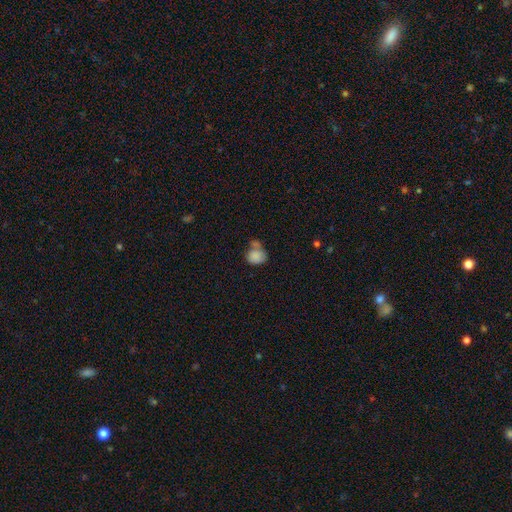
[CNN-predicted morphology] Smooth or featured?
  - smooth: 82% *
  - featured or disk: 9%
  - star or artifact: 9%
How rounded?
  - round: 58% *
  - in between: 41%
  - cigar-shaped: 1%
Merging?
  - merger: 35% * (tied)
  - none: 35% * (tied)
  - minor disturbance: 19%
  - major disturbance: 10%